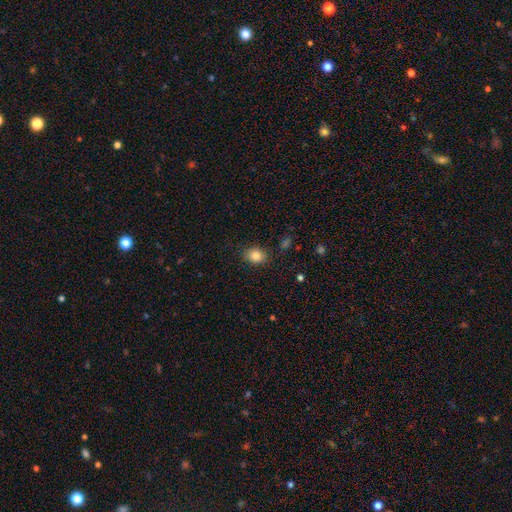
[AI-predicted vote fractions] This is clearly a smooth galaxy (86%). How rounded: possibly in between (51%). Merging: clearly none (85%).